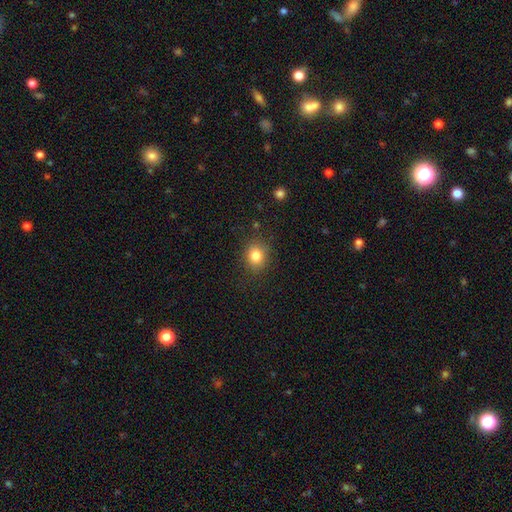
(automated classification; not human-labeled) Q: Smooth or featured?
A: smooth (82%); runner-up: star or artifact (11%)
Q: How rounded?
A: round (71%); runner-up: in between (28%)
Q: Merging?
A: none (85%); runner-up: minor disturbance (10%)